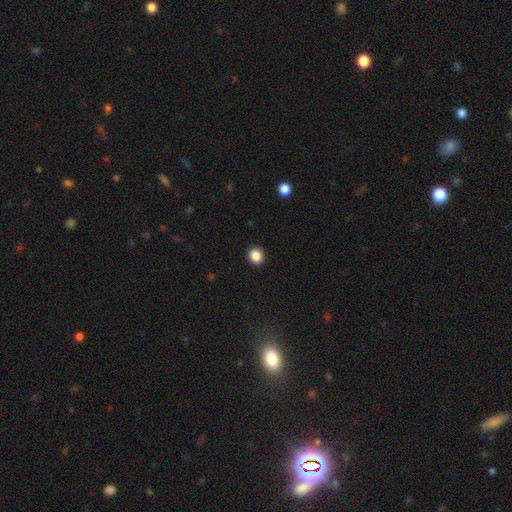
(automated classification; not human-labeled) Q: Smooth or featured?
A: smooth (87%); runner-up: star or artifact (10%)
Q: How rounded?
A: round (84%); runner-up: in between (15%)
Q: Merging?
A: none (92%); runner-up: minor disturbance (5%)